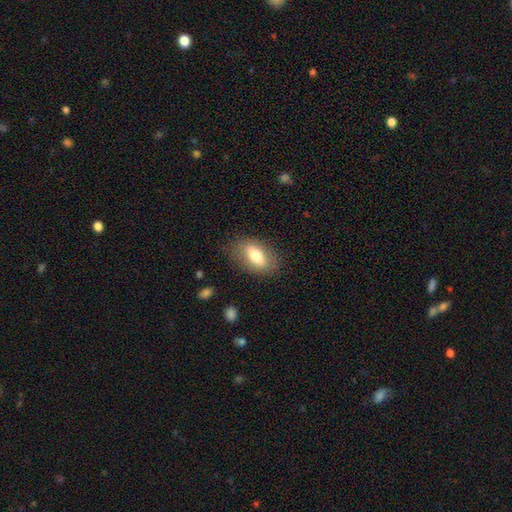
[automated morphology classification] Smooth or featured? smooth (70%)
How rounded? in between (87%)
Merging? none (80%)